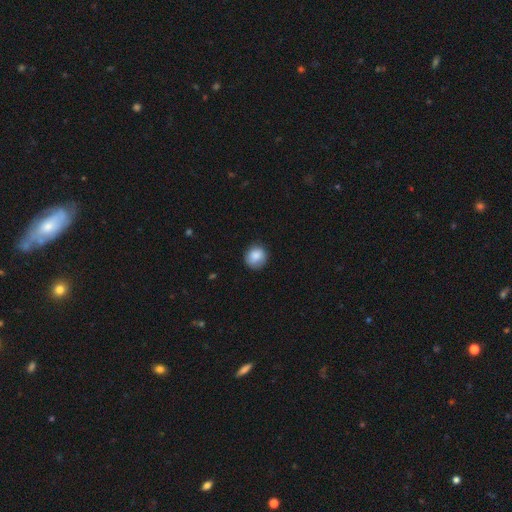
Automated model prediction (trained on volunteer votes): Morphology: type=smooth (85%); roundness=round (86%); merging=none (79%).